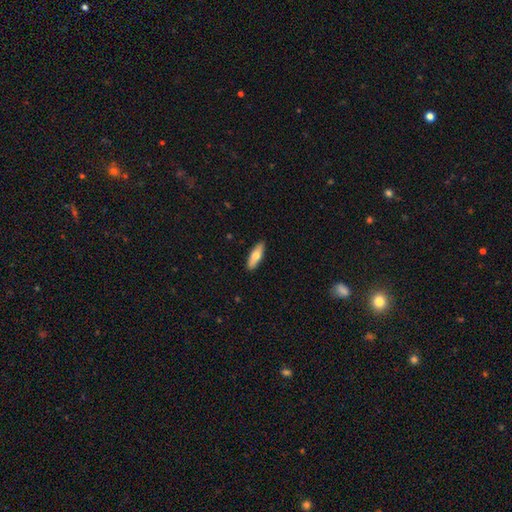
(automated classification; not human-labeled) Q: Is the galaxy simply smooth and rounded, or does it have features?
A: smooth — 68%.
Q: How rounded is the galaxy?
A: in between — 54%.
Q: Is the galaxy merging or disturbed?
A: none — 90%.